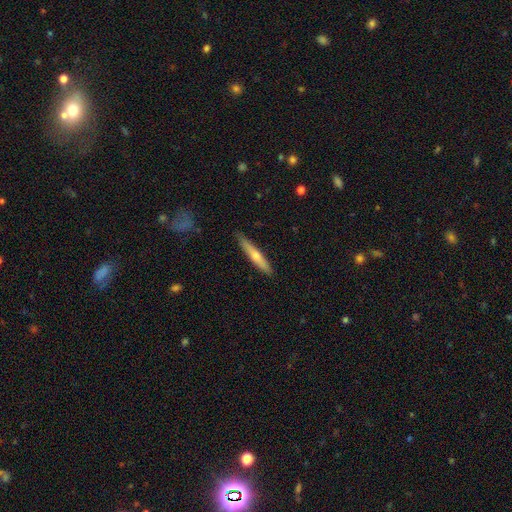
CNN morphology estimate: Smooth or featured? Predicted: smooth (p=0.49). Merging? Predicted: none (p=0.88).